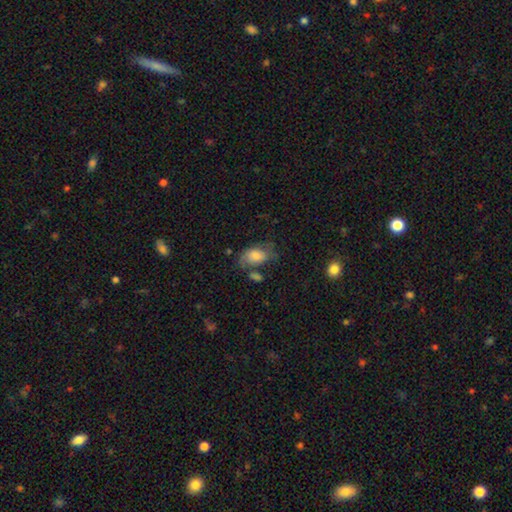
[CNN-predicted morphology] The model was most divided on "merging": none: 42%, minor disturbance: 28%, major disturbance: 17%, merger: 12%. More confident: how rounded — in between (89%); smooth or featured — smooth (72%).